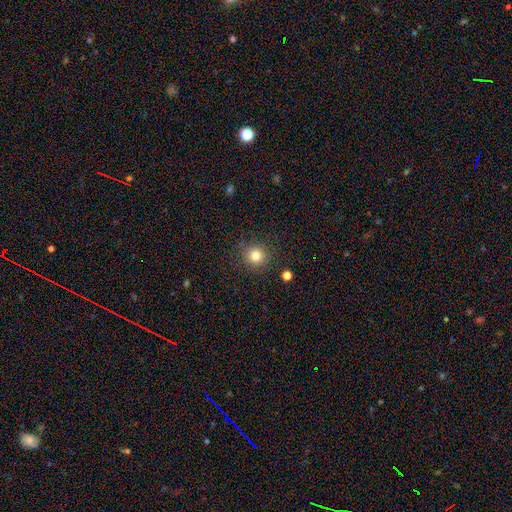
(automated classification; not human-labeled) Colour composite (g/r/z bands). It shows a smooth galaxy with no disk features (80%) that is round (92%). Merging: none (88%).